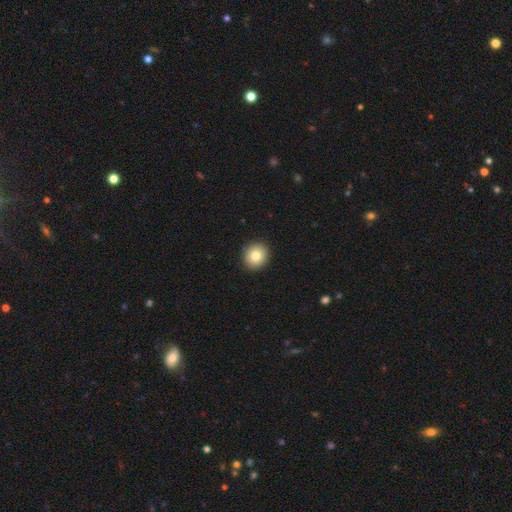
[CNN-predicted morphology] smooth_or_featured: smooth (p=0.81) [alt: featured or disk p=0.09]
how_rounded: round (p=0.86) [alt: in between p=0.13]
merging: none (p=0.92) [alt: minor disturbance p=0.06]